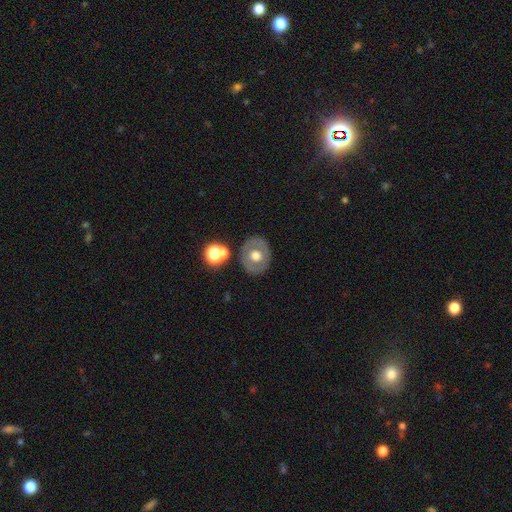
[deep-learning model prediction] A smooth galaxy with no disk features (49%).

Vote fractions:
- Smooth or featured? smooth: 49% / featured or disk: 42% / star or artifact: 9%
- Merging? none: 80% / minor disturbance: 10% / merger: 6% / major disturbance: 4%